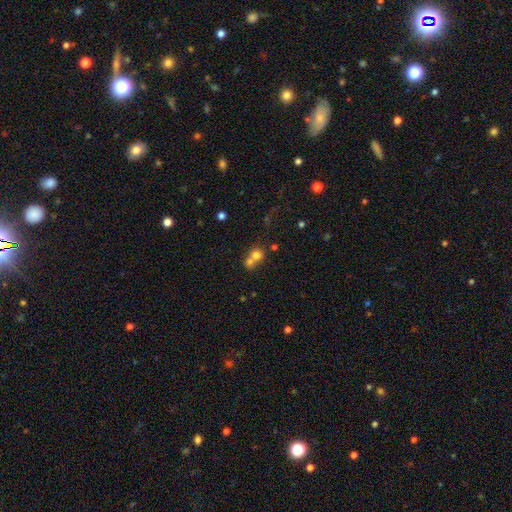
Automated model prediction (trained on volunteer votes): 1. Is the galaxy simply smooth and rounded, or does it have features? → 72% smooth, 14% featured or disk, 14% star or artifact.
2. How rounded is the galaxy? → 80% round, 19% in between, 1% cigar-shaped.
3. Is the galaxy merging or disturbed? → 61% merger, 31% none, 5% minor disturbance, 3% major disturbance.